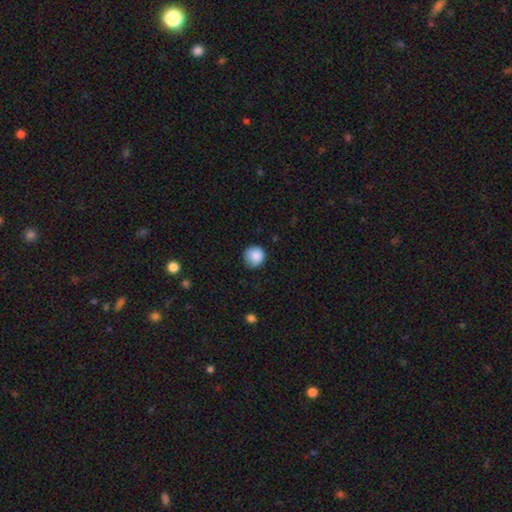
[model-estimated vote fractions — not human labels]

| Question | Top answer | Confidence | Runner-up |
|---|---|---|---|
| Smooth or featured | smooth | 87% | star or artifact (9%) |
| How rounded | round | 93% | in between (6%) |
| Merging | none | 76% | minor disturbance (19%) |